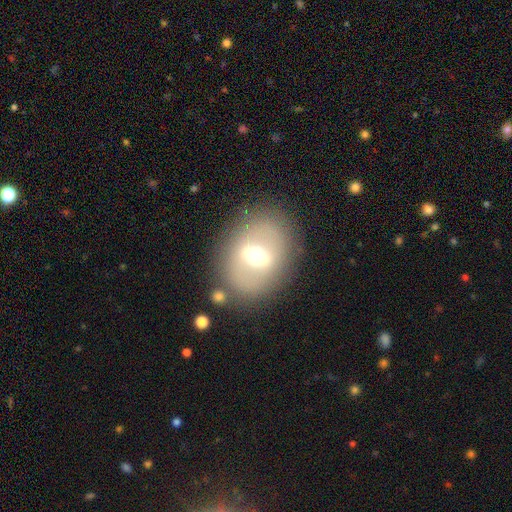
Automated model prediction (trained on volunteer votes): This is possibly a featured or disk galaxy (49%). Merging: clearly none (82%).